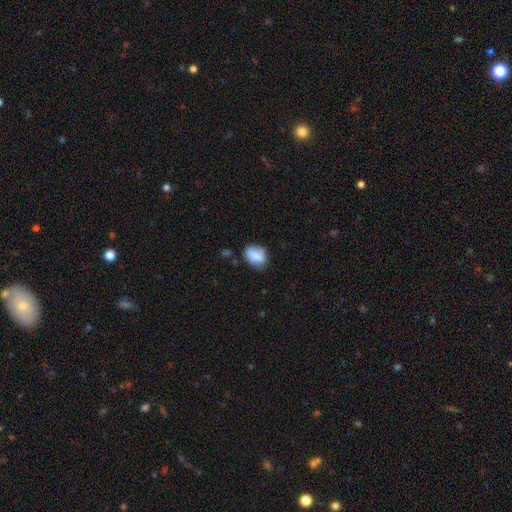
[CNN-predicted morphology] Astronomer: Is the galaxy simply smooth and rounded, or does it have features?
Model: smooth — 74%.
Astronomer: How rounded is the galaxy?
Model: in between — 74%.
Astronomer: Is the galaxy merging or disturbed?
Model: none — 63%.